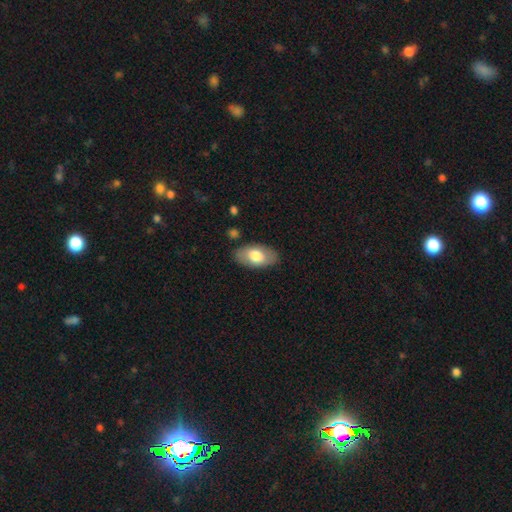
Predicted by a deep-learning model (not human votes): A smooth galaxy with no disk features (71%) that is in between round and cigar-shaped (94%).

Vote fractions:
- Smooth or featured? smooth: 71% / featured or disk: 23% / star or artifact: 6%
- How rounded? in between: 94% / round: 4% / cigar-shaped: 2%
- Merging? none: 84% / minor disturbance: 11% / major disturbance: 3% / merger: 2%